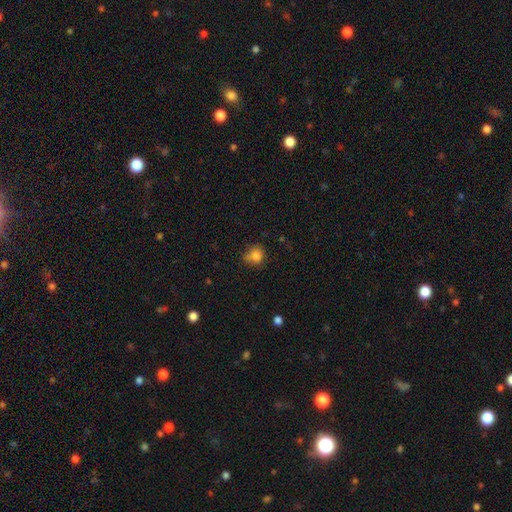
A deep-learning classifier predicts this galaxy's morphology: type=smooth (83%); roundness=round (81%); merging=none (65%).